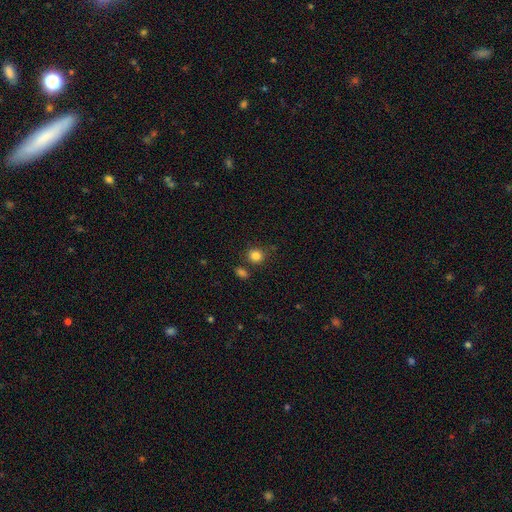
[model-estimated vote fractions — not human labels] This is clearly a smooth galaxy (84%). How rounded: clearly round (81%). Merging: likely none (78%).